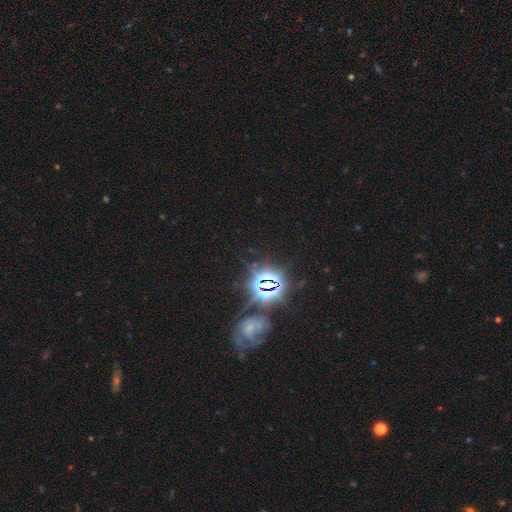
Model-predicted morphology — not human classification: Smooth or featured? star or artifact (76%)